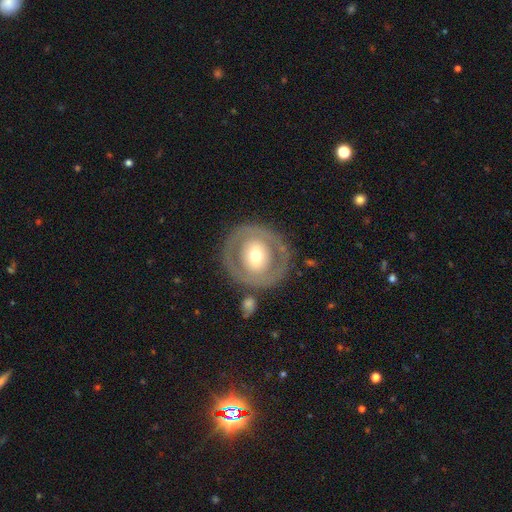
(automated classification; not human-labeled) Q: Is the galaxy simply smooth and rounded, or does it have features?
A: featured or disk — 55%.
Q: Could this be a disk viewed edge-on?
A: no — 94%.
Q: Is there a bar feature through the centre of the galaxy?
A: no — 71%.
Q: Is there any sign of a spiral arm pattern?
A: no — 88%.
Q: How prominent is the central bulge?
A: moderate — 64%.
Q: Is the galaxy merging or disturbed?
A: none — 81%.